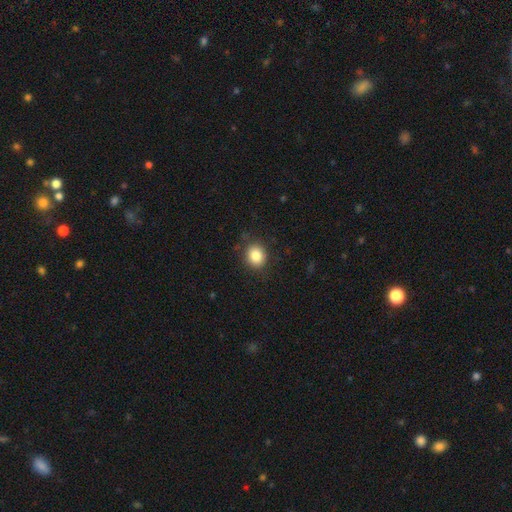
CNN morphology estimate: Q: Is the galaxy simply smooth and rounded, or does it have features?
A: smooth — 84%.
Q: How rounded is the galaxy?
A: round — 71%.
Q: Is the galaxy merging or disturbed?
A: none — 85%.